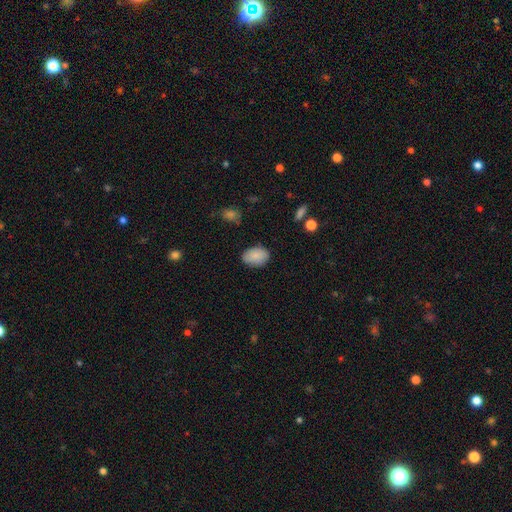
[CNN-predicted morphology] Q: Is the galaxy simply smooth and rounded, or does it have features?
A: smooth — 85%.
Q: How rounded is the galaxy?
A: in between — 87%.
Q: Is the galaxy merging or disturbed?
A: none — 81%.